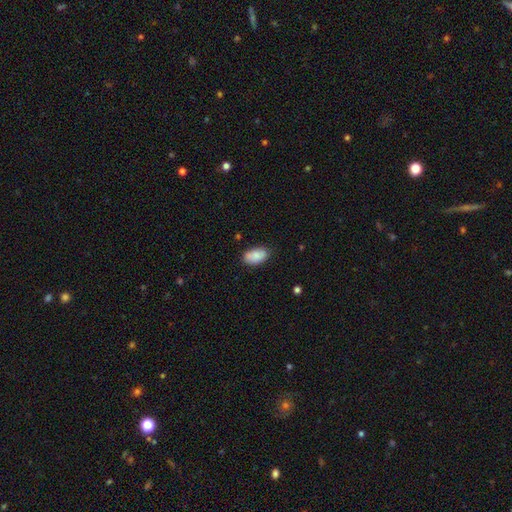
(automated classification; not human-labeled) The model was most divided on "merging": none: 76%, minor disturbance: 19%, major disturbance: 3%, merger: 2%. More confident: how rounded — in between (94%); smooth or featured — smooth (85%).